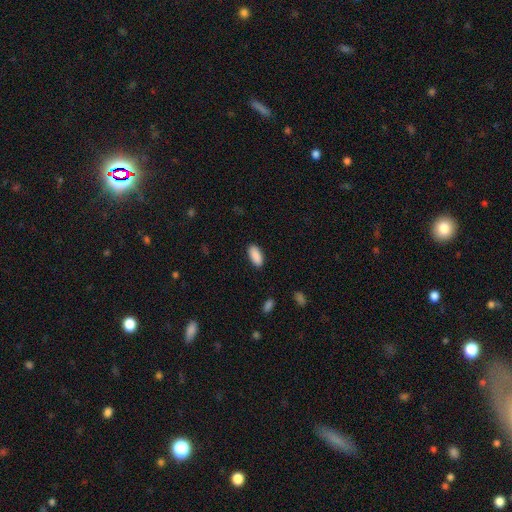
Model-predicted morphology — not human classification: This appears to be a smooth galaxy with no disk features (91%) that is in between round and cigar-shaped (89%). Merging: none (89%).